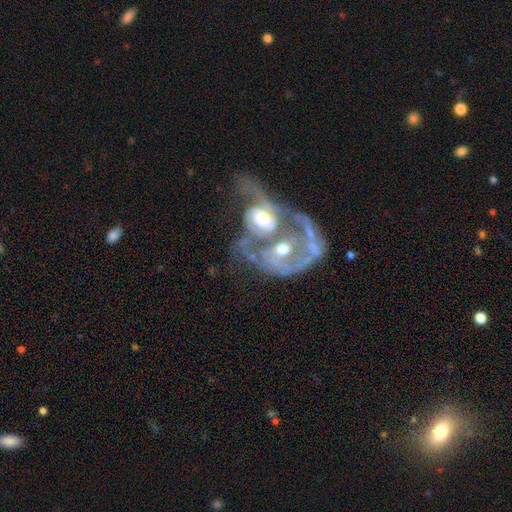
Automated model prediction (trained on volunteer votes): This appears to be a featured or disk galaxy (81%) with no bar (65%), 2 (46%) medium (40%) spiral arms (72%) and a moderate central bulge (62%). Merging: merger (74%).